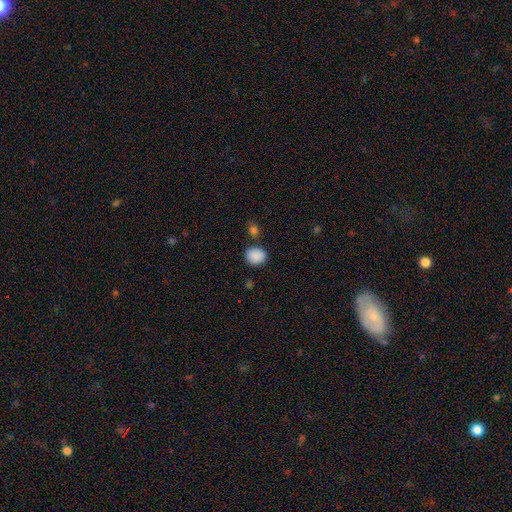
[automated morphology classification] Smooth or featured?
  - smooth: 88% *
  - star or artifact: 9%
  - featured or disk: 3%
How rounded?
  - round: 70% *
  - in between: 29%
  - cigar-shaped: 1%
Merging?
  - none: 79% *
  - minor disturbance: 12%
  - merger: 6%
  - major disturbance: 3%